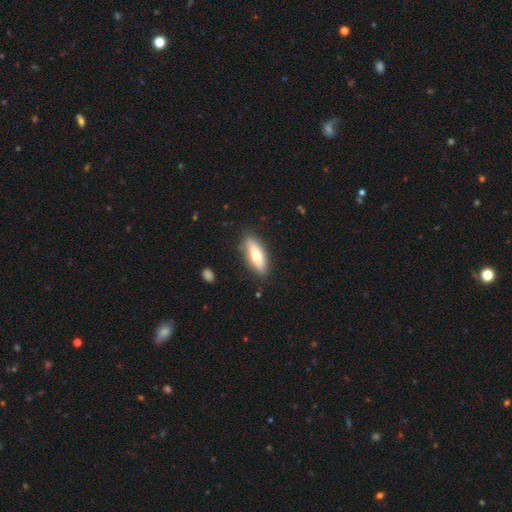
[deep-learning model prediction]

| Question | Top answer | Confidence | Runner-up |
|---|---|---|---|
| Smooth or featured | smooth | 61% | featured or disk (33%) |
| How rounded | in between | 64% | cigar-shaped (33%) |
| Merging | none | 84% | minor disturbance (12%) |